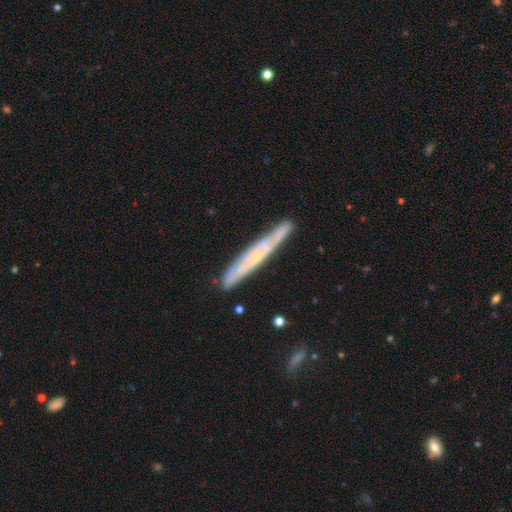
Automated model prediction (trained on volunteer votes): A featured or disk galaxy (66%) viewed edge-on (75%). Merging: none (83%).